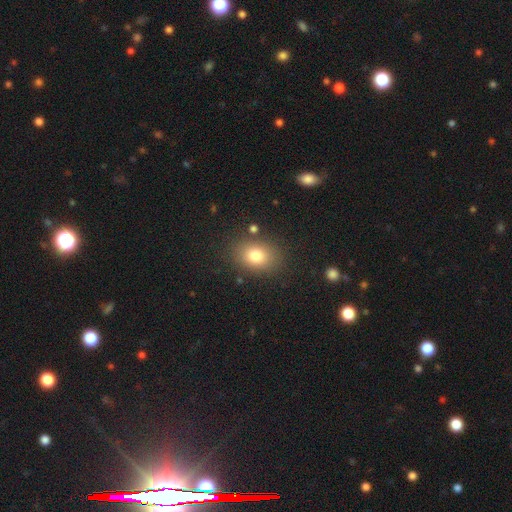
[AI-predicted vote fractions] smooth_or_featured: smooth (p=0.79) [alt: star or artifact p=0.11]
how_rounded: in between (p=0.65) [alt: round p=0.34]
merging: none (p=0.82) [alt: minor disturbance p=0.11]